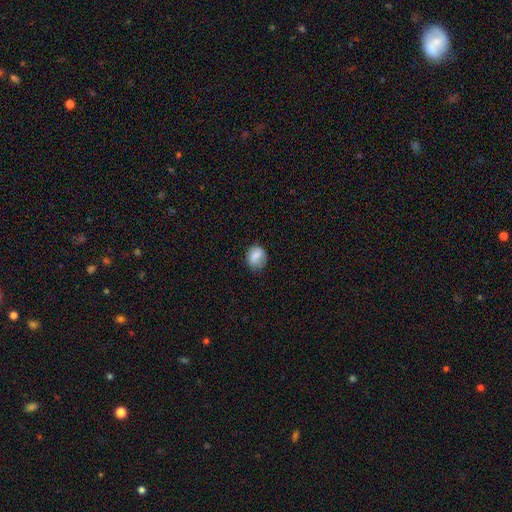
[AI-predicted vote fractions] smooth_or_featured: smooth (p=0.76) [alt: featured or disk p=0.15]
how_rounded: round (p=0.60) [alt: in between p=0.39]
merging: none (p=0.73) [alt: minor disturbance p=0.20]